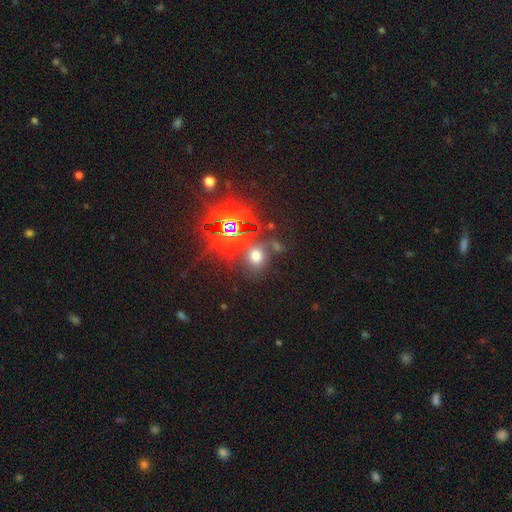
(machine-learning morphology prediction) Smooth or featured?
  - smooth: 52% *
  - star or artifact: 38%
  - featured or disk: 10%
How rounded?
  - round: 63% *
  - in between: 35%
  - cigar-shaped: 1%
Merging?
  - none: 66% *
  - minor disturbance: 13%
  - merger: 12%
  - major disturbance: 8%